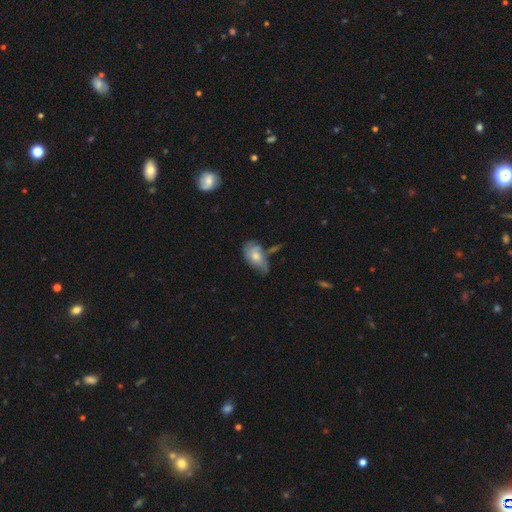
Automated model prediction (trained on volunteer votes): smooth 51%, featured or disk 41%, star or artifact 8%. Down the decision tree: how rounded — in between (90%); merging — none (36%).